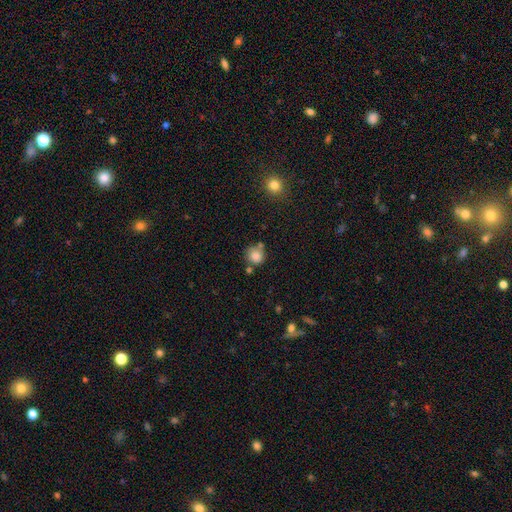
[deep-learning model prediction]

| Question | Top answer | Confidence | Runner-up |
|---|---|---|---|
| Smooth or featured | smooth | 83% | star or artifact (11%) |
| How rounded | round | 89% | in between (10%) |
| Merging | none | 67% | merger (15%) |